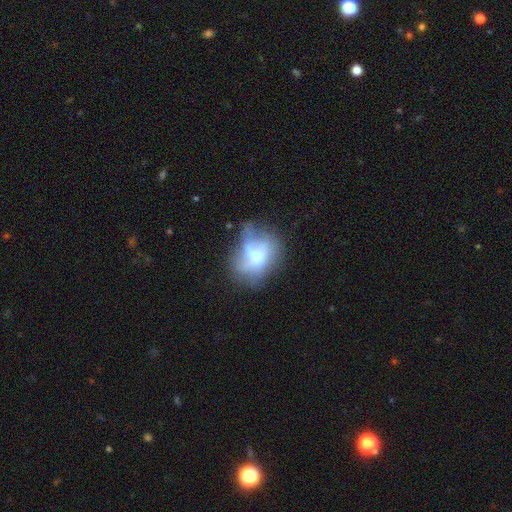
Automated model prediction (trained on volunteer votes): This is possibly a smooth galaxy (50%). Merging: marginally major disturbance (31%).